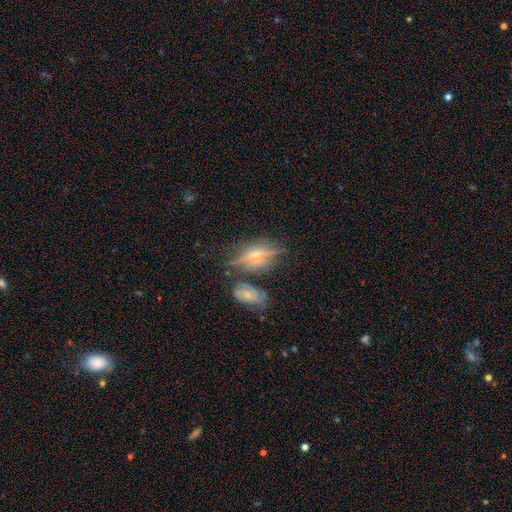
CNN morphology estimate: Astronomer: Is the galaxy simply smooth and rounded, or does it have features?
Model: featured or disk — 58%.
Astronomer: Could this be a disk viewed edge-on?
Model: yes — 77%.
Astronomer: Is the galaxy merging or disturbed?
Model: none — 65%.